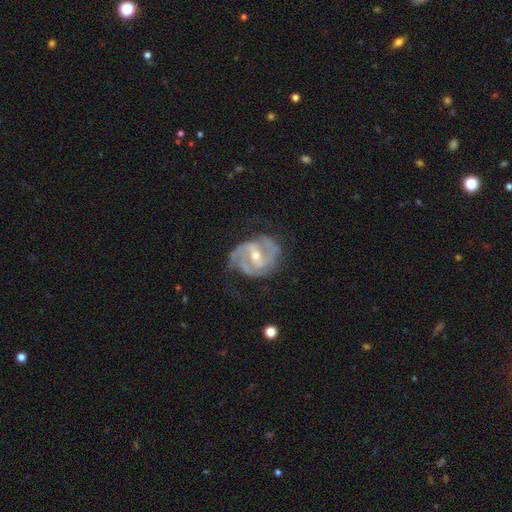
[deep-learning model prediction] Smooth or featured? Predicted: featured or disk (p=0.90). Edge-on disk? Predicted: no (p=0.98). Bar? Predicted: weak (p=0.49). Spiral arms? Predicted: yes (p=0.97). Spiral winding? Predicted: medium (p=0.49). Spiral arm count? Predicted: 2 (p=0.57). Bulge size? Predicted: moderate (p=0.57). Merging? Predicted: none (p=0.63).